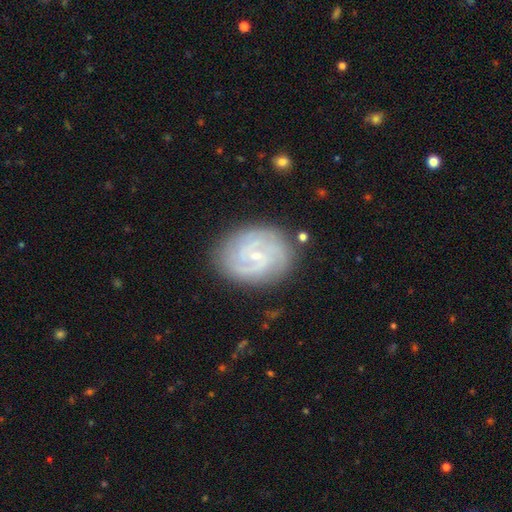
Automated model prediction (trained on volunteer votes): This is clearly a featured or disk galaxy (86%). It is clearly not viewed edge-on (98%). Bar: possibly weak (45%, tied with no). Spiral arm pattern: clearly yes (97%). Spiral arm count: possibly 2 (46%). Spiral winding: likely tight (62%). Central bulge: likely small (79%). Merging: clearly none (81%).